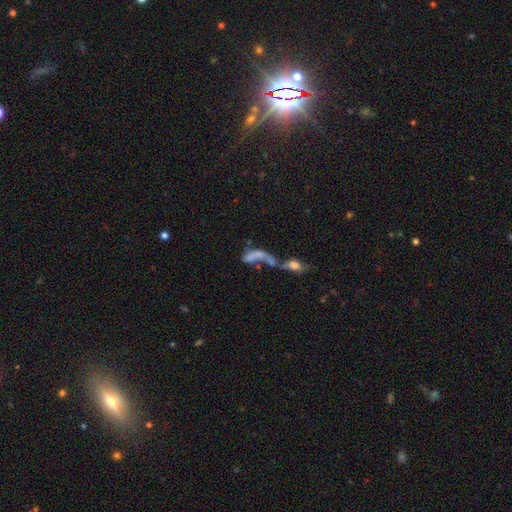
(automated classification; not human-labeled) Smooth or featured? smooth (49%)
Merging? merger (68%)